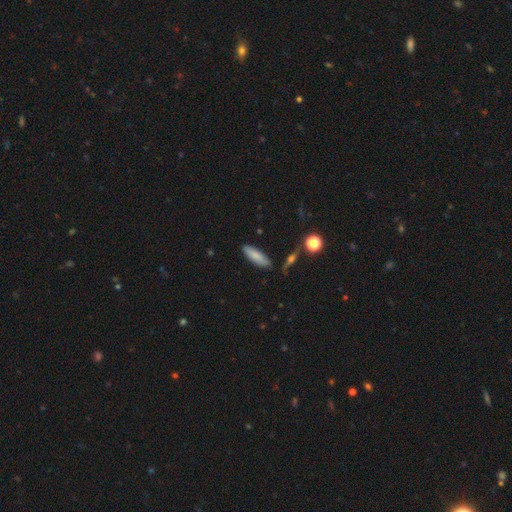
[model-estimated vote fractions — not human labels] smooth 81%, featured or disk 12%, star or artifact 7%. Down the decision tree: how rounded — cigar-shaped (52%); merging — none (82%).